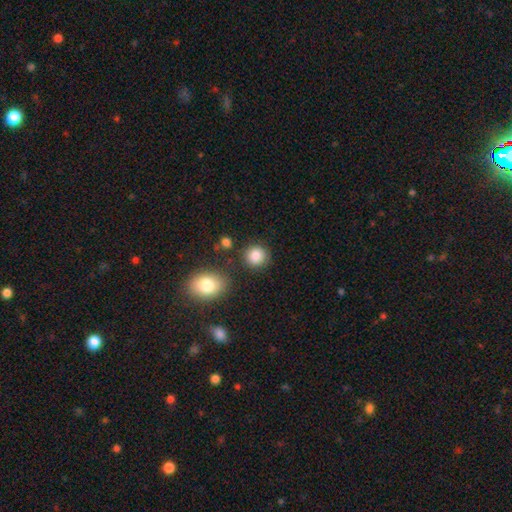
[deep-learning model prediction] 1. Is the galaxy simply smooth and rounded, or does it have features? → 86% smooth, 9% star or artifact, 5% featured or disk.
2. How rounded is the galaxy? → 87% round, 12% in between, 1% cigar-shaped.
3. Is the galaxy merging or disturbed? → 84% none, 9% minor disturbance, 4% merger, 3% major disturbance.